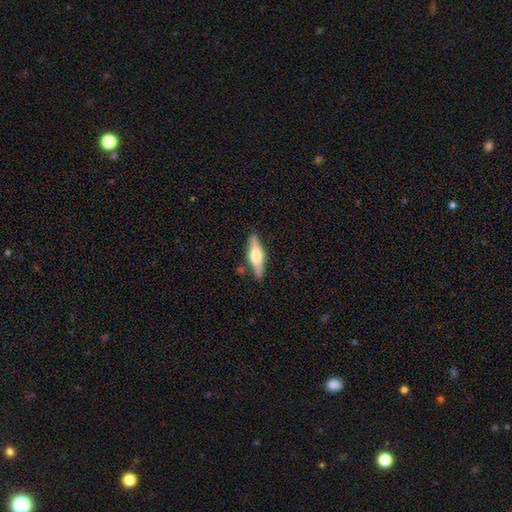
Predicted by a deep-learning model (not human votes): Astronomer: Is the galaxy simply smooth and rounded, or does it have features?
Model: featured or disk — 57% (runner-up: smooth, 37%).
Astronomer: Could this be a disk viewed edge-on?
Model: yes — 94%.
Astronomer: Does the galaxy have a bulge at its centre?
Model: rounded — 89%.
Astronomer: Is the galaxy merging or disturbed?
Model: none — 84%.